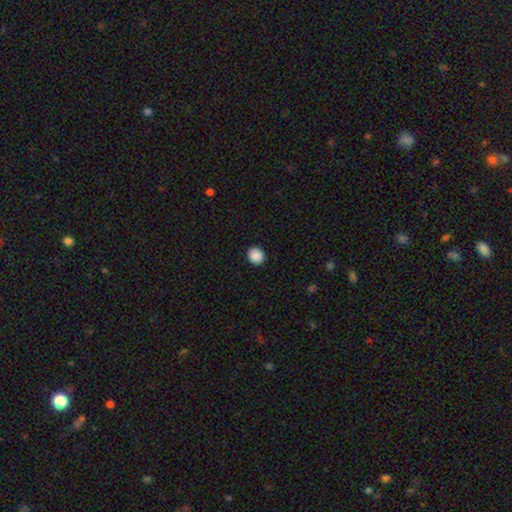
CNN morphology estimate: Smooth or featured? smooth (89%)
How rounded? round (74%)
Merging? none (92%)